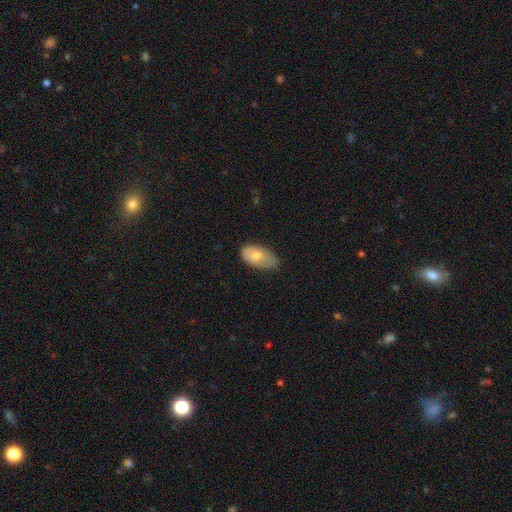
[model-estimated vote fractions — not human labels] A smooth galaxy with no disk features (76%) that is in between round and cigar-shaped (93%). Merging: none (49%).